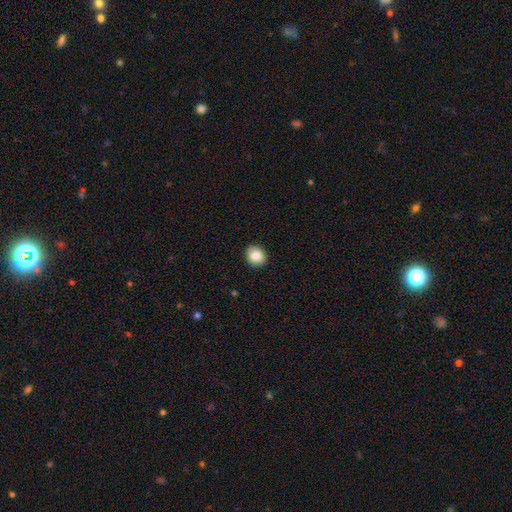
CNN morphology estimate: smooth_or_featured: smooth (p=0.85) [alt: star or artifact p=0.08]
how_rounded: round (p=0.71) [alt: in between p=0.28]
merging: none (p=0.90) [alt: minor disturbance p=0.08]